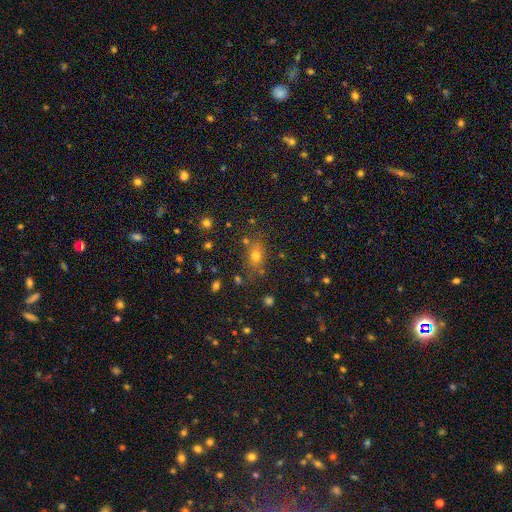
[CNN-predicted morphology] Smooth or featured?
  - smooth: 66% *
  - star or artifact: 23%
  - featured or disk: 11%
How rounded?
  - in between: 54% *
  - round: 42%
  - cigar-shaped: 4%
Merging?
  - none: 73% *
  - minor disturbance: 14%
  - merger: 8%
  - major disturbance: 5%